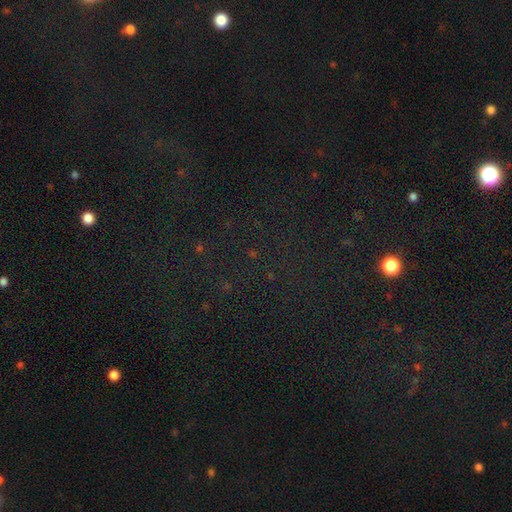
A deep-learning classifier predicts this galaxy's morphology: smooth_or_featured: star or artifact (p=0.76) [alt: smooth p=0.15]